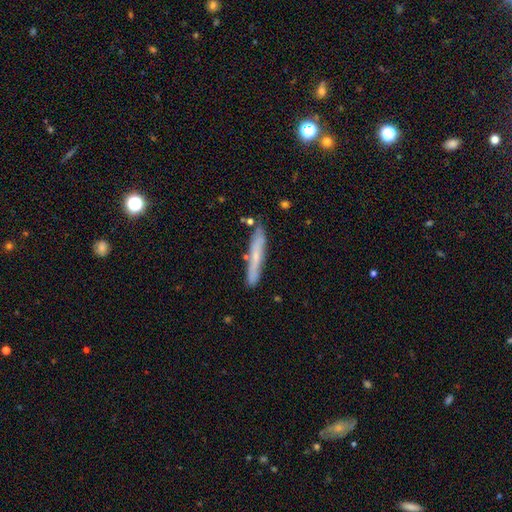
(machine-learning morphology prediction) smooth 51%, featured or disk 41%, star or artifact 7%. Down the decision tree: how rounded — cigar-shaped (95%); merging — none (80%).